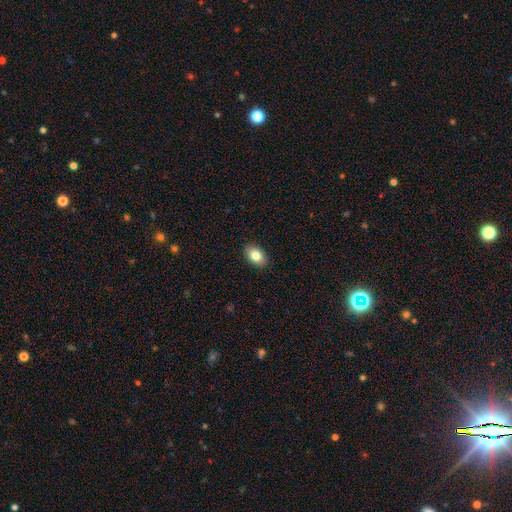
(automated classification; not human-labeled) A smooth galaxy with no disk features (82%) that is in between round and cigar-shaped (85%). Merging: none (89%).